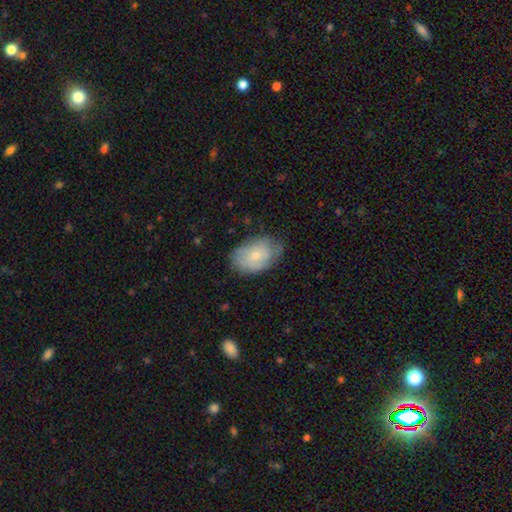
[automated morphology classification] smooth_or_featured: smooth (p=0.56) [alt: featured or disk p=0.37]
how_rounded: in between (p=0.84) [alt: round p=0.15]
merging: none (p=0.66) [alt: minor disturbance p=0.26]